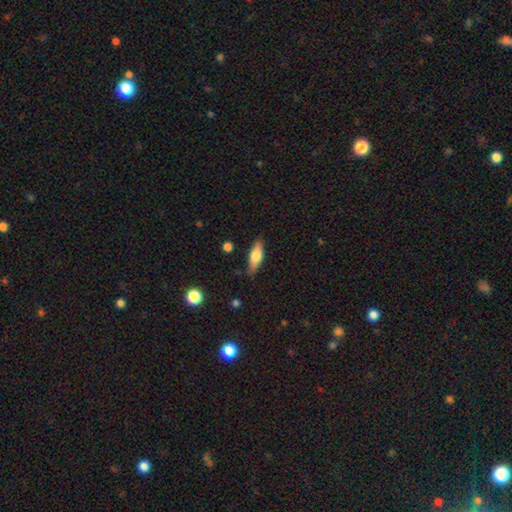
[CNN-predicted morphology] smooth 62%, featured or disk 32%, star or artifact 7%. Down the decision tree: how rounded — in between (63%); merging — none (78%).